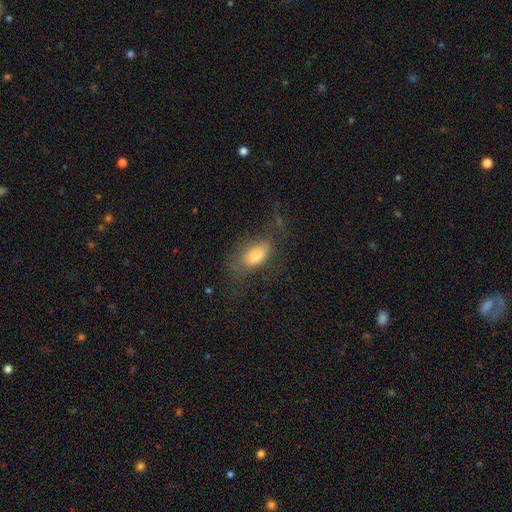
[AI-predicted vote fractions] smooth 68%, featured or disk 22%, star or artifact 10%. Down the decision tree: how rounded — in between (86%); merging — none (54%).